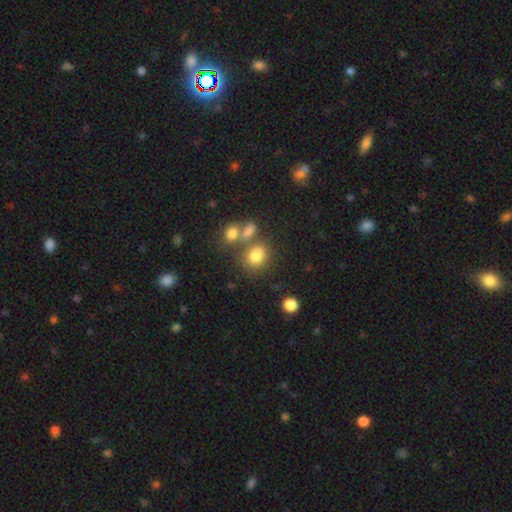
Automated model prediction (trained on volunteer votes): Morphology: type=smooth (77%); roundness=round (60%); merging=none (55%).